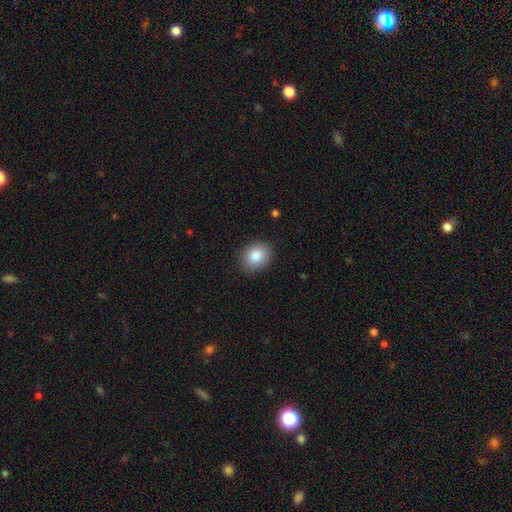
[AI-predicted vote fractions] Overall: smooth (86%). How rounded: round (66%; in between 34%). Merging: none (87%).